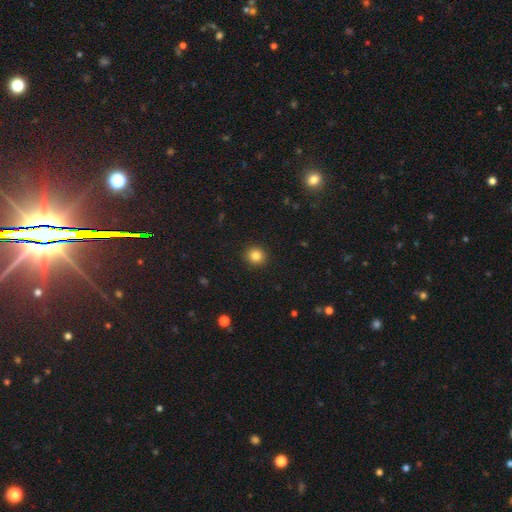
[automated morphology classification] Smooth or featured?
  - smooth: 84% *
  - star or artifact: 11%
  - featured or disk: 5%
How rounded?
  - round: 89% *
  - in between: 10%
  - cigar-shaped: 1%
Merging?
  - none: 92% *
  - minor disturbance: 5%
  - major disturbance: 2%
  - merger: 1%